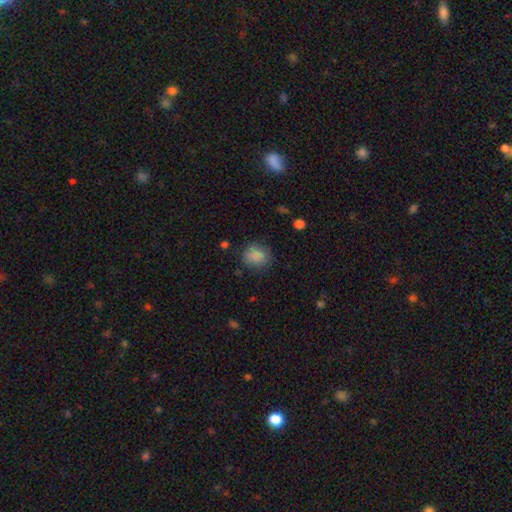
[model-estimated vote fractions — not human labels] Smooth or featured? smooth (85%)
How rounded? round (67%)
Merging? none (76%)